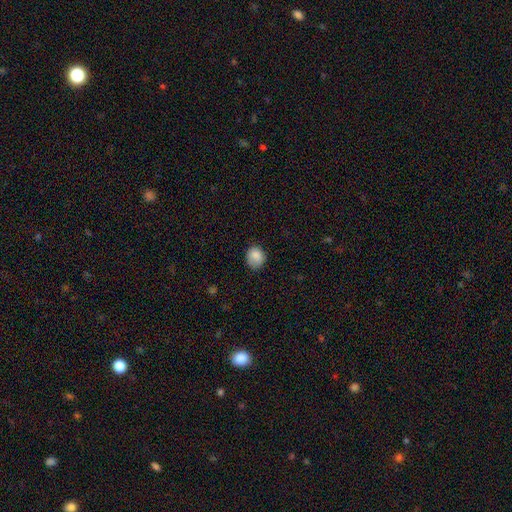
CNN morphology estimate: Overall: smooth (85%). How rounded: round (60%; in between 39%). Merging: none (71%).